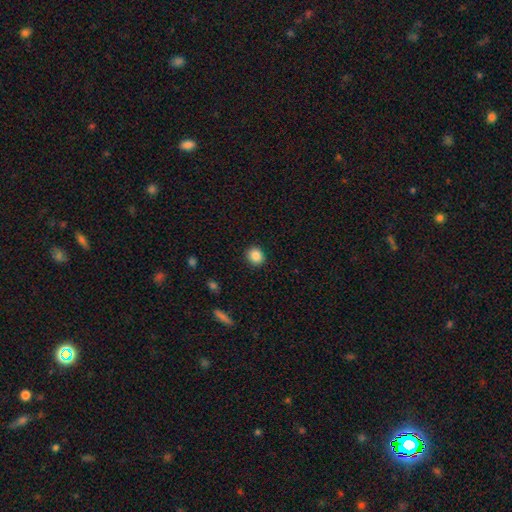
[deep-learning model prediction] Morphology: type=smooth (87%); roundness=round (78%); merging=none (91%).